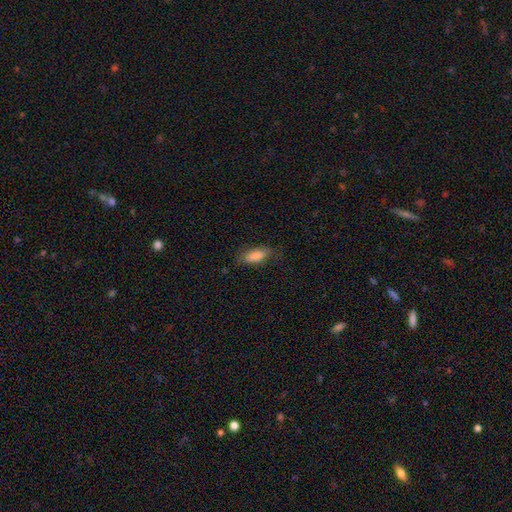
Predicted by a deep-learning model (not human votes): smooth_or_featured: smooth (p=0.82) [alt: featured or disk p=0.11]
how_rounded: in between (p=0.76) [alt: cigar-shaped p=0.21]
merging: none (p=0.74) [alt: minor disturbance p=0.19]